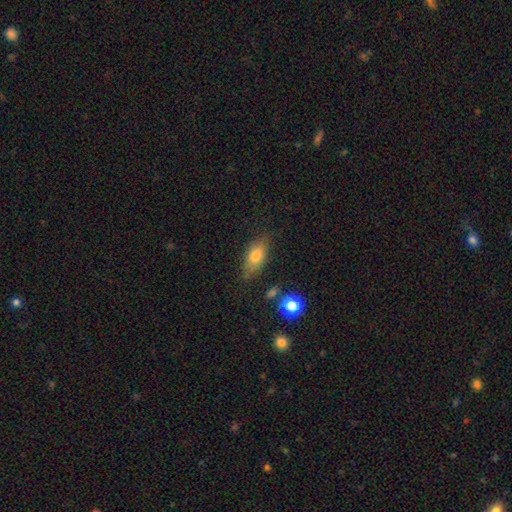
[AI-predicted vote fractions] Smooth or featured: smooth — 74% (featured or disk — 18%)
How rounded: in between — 81% (cigar-shaped — 13%)
Merging: none — 72% (minor disturbance — 20%)